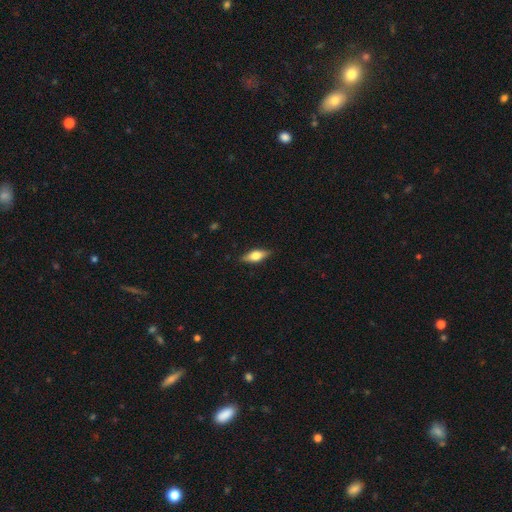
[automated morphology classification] A smooth galaxy with no disk features (54%) that is in between round and cigar-shaped (65%). Merging: none (86%).